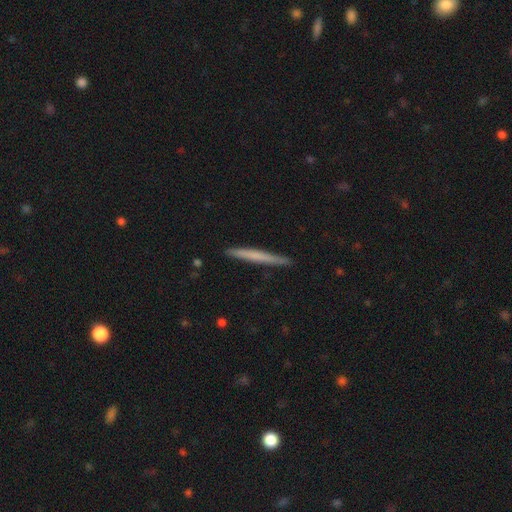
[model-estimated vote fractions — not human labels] Q: Smooth or featured?
A: smooth (56%); runner-up: featured or disk (38%)
Q: How rounded?
A: cigar-shaped (97%); runner-up: in between (2%)
Q: Merging?
A: none (90%); runner-up: minor disturbance (7%)